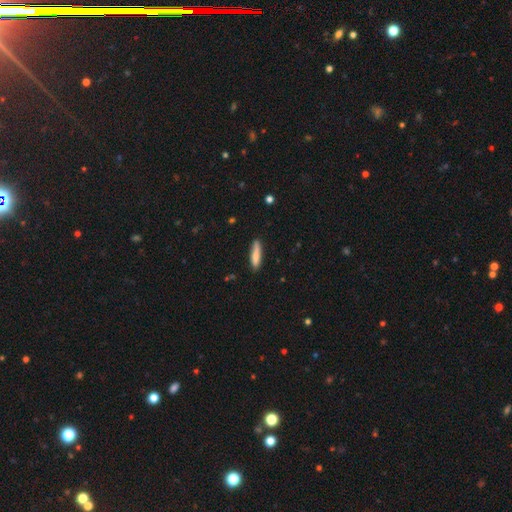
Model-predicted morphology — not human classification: A smooth galaxy with no disk features (80%) that is cigar-shaped (79%).

Vote fractions:
- Smooth or featured? smooth: 80% / featured or disk: 14% / star or artifact: 6%
- How rounded? cigar-shaped: 79% / in between: 19% / round: 1%
- Merging? none: 82% / minor disturbance: 14% / major disturbance: 2% / merger: 2%